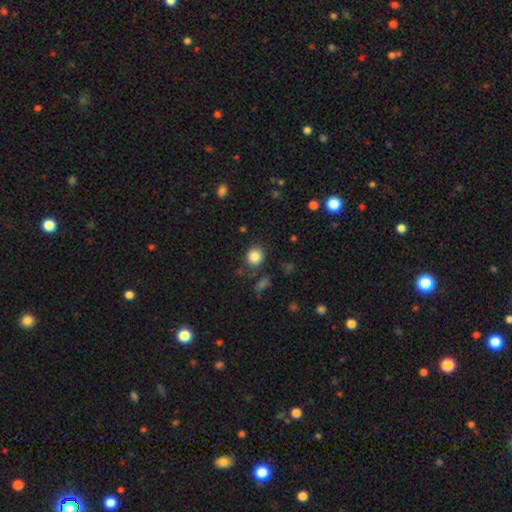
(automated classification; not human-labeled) A smooth galaxy with no disk features (85%) that is round (85%). Merging: none (82%).